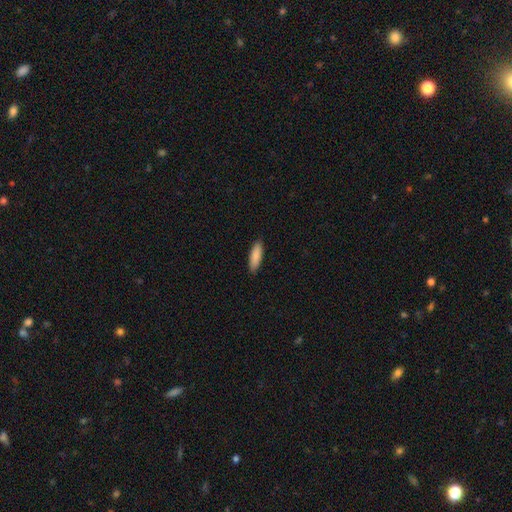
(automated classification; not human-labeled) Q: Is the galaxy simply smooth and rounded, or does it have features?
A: smooth — 88%.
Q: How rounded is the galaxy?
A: cigar-shaped — 49%, tied with in between.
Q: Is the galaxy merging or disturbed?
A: none — 89%.